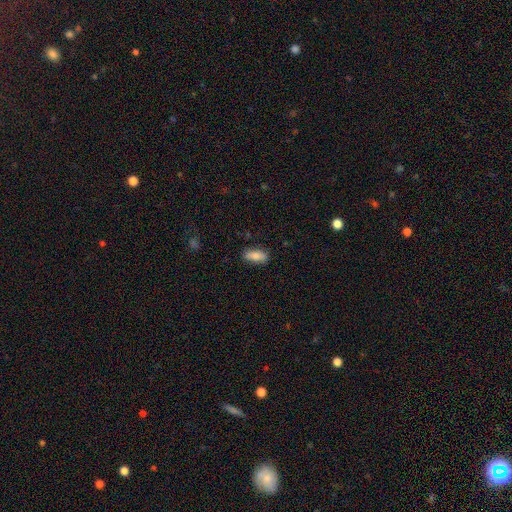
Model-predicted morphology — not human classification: type=smooth (83%); roundness=in between (80%); merging=none (85%).